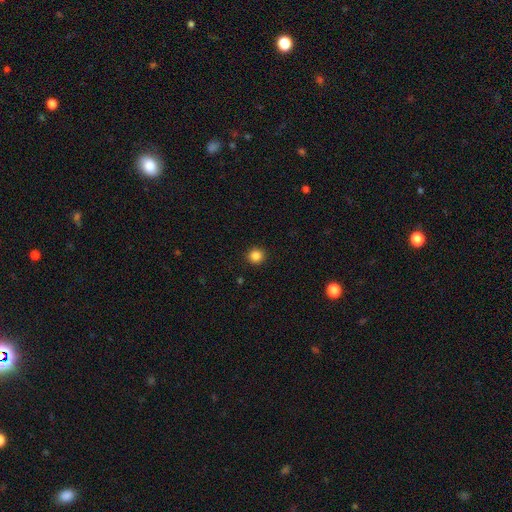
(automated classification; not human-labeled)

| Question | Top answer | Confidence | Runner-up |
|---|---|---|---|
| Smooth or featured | smooth | 85% | star or artifact (11%) |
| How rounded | round | 93% | in between (6%) |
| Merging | none | 93% | minor disturbance (5%) |